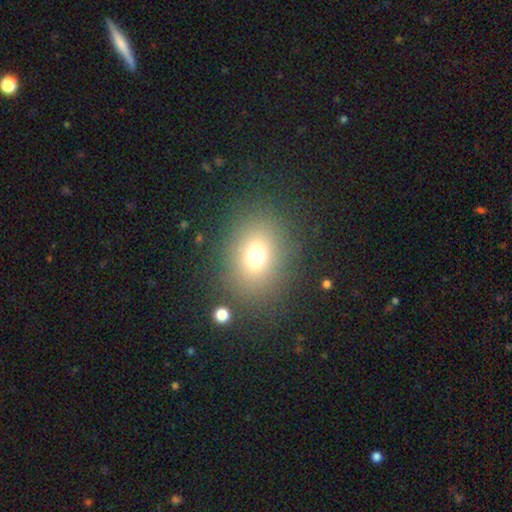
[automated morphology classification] Q: Smooth or featured?
A: smooth (71%); runner-up: star or artifact (18%)
Q: How rounded?
A: round (56%); runner-up: in between (43%)
Q: Merging?
A: none (83%); runner-up: minor disturbance (9%)